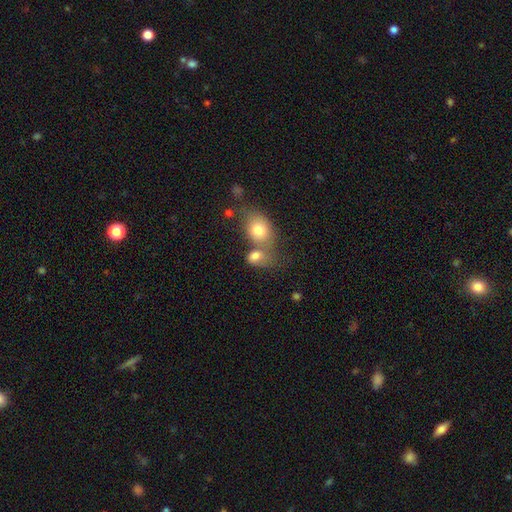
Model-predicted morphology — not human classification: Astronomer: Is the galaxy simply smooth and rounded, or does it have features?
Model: smooth — 77%.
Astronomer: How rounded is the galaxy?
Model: in between — 61% (runner-up: round, 37%).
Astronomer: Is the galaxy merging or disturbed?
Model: merger — 50% (runner-up: none, 32%).